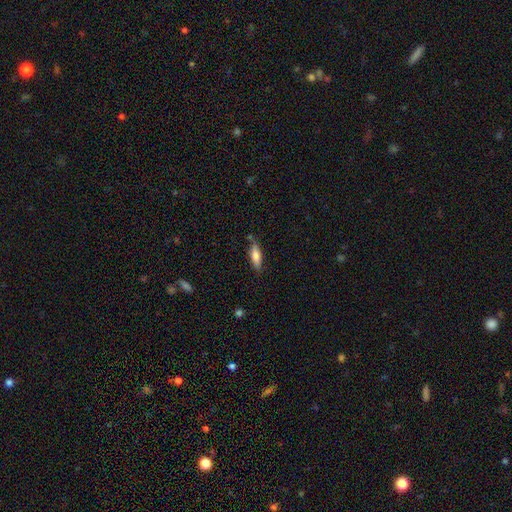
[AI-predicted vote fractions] A smooth galaxy with no disk features (71%) that is cigar-shaped (52%).

Vote fractions:
- Smooth or featured? smooth: 71% / featured or disk: 22% / star or artifact: 6%
- How rounded? cigar-shaped: 52% / in between: 46% / round: 2%
- Merging? none: 74% / minor disturbance: 18% / merger: 5% / major disturbance: 4%